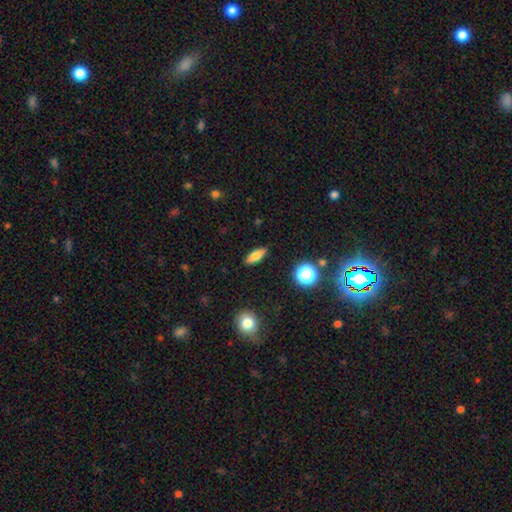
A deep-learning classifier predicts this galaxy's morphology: The model was most divided on "how rounded": in between: 61%, cigar-shaped: 33%, round: 6%. More confident: merging — none (88%); smooth or featured — smooth (71%).